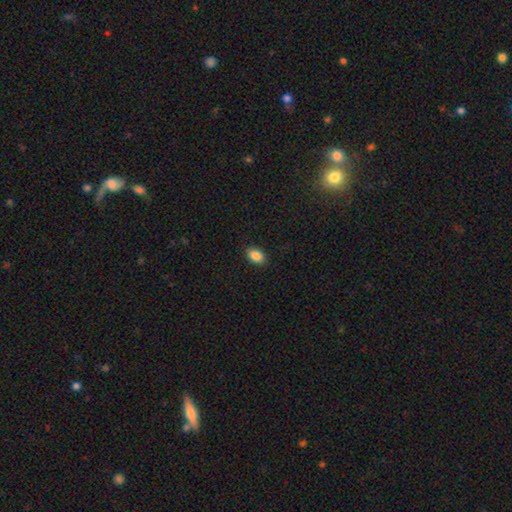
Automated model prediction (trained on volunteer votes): Smooth or featured? smooth (88%)
How rounded? in between (85%)
Merging? none (89%)